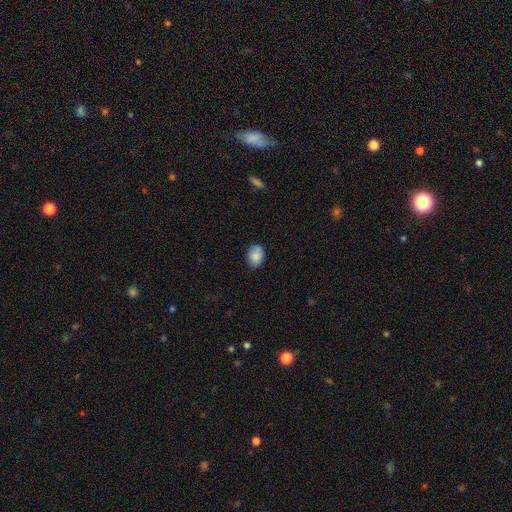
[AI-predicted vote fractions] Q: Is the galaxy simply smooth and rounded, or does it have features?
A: smooth — 84%.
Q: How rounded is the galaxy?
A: in between — 71%.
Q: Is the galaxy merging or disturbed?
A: none — 74%.